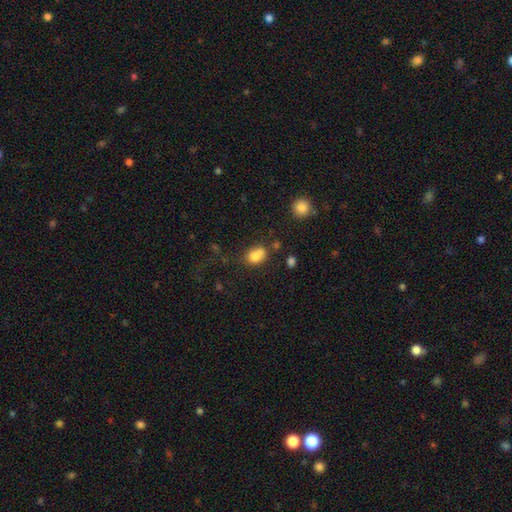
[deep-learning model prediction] Smooth or featured? Predicted: smooth (p=0.80). How rounded? Predicted: in between (p=0.68). Merging? Predicted: none (p=0.50).